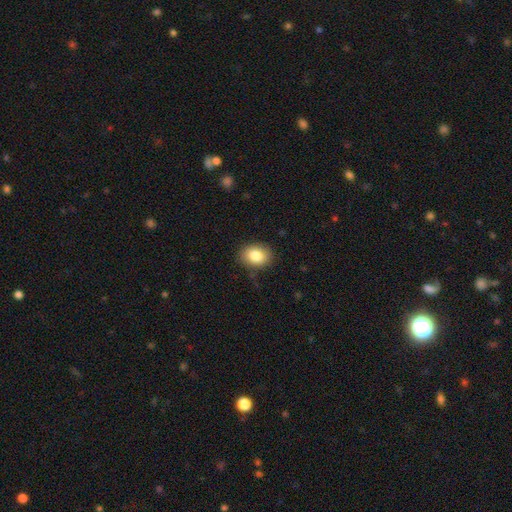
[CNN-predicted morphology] Smooth or featured? Predicted: smooth (p=0.84). How rounded? Predicted: in between (p=0.62). Merging? Predicted: none (p=0.83).